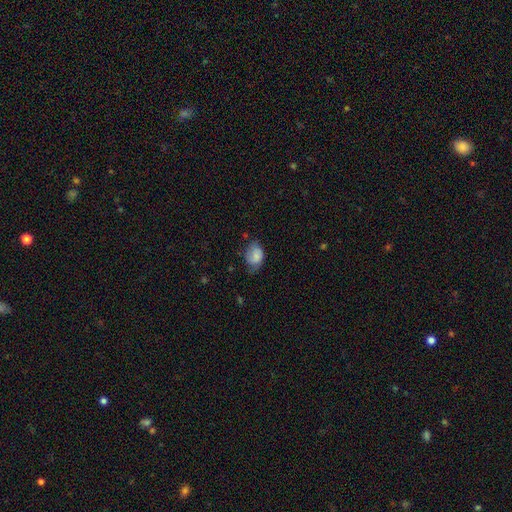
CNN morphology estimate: Smooth or featured?
  - smooth: 73% *
  - featured or disk: 19%
  - star or artifact: 8%
How rounded?
  - in between: 74% *
  - round: 24%
  - cigar-shaped: 1%
Merging?
  - none: 49% *
  - minor disturbance: 37%
  - major disturbance: 12%
  - merger: 2%